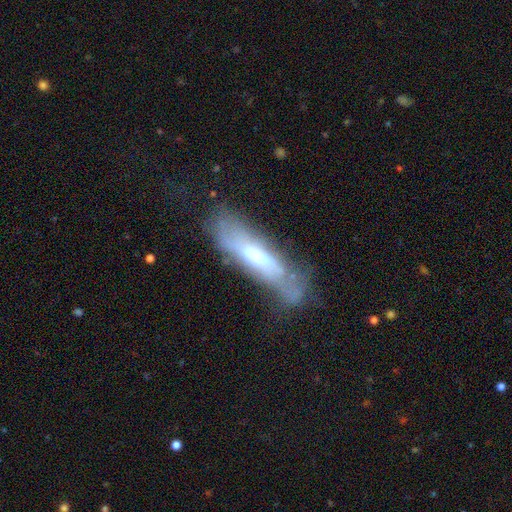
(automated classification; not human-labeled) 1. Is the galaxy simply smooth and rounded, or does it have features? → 54% featured or disk, 38% smooth, 7% star or artifact.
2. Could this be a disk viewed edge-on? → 57% no, 43% yes.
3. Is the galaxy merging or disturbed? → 38% none, 28% minor disturbance, 27% major disturbance, 7% merger.